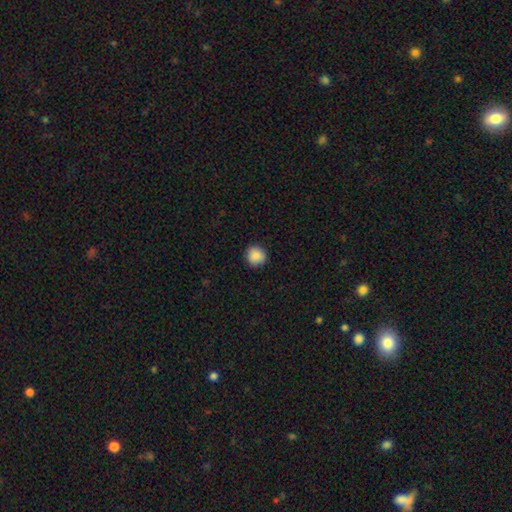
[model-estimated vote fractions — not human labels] Smooth or featured?
  - smooth: 88% *
  - star or artifact: 8%
  - featured or disk: 4%
How rounded?
  - round: 90% *
  - in between: 9%
  - cigar-shaped: 1%
Merging?
  - none: 89% *
  - minor disturbance: 8%
  - major disturbance: 2%
  - merger: 1%